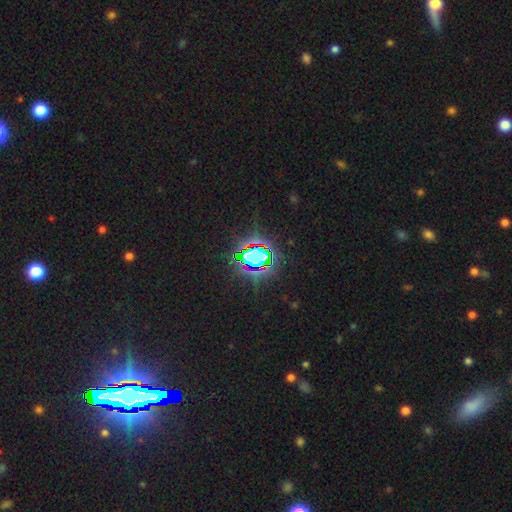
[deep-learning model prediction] This appears to be a star or artifact, not a galaxy (75%).